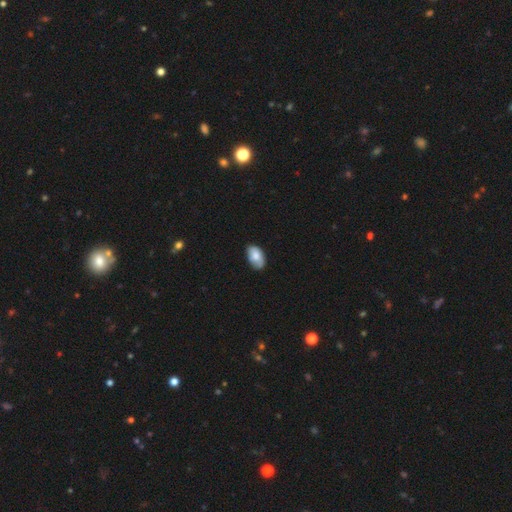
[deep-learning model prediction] Smooth or featured? Predicted: smooth (p=0.76). How rounded? Predicted: in between (p=0.92). Merging? Predicted: none (p=0.67).